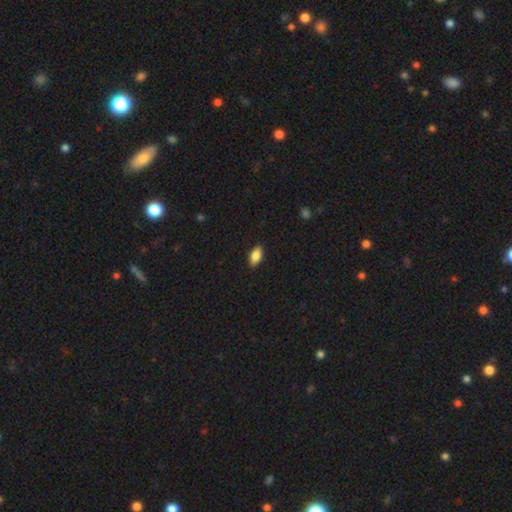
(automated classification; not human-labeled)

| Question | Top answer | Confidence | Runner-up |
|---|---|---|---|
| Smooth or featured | smooth | 84% | featured or disk (8%) |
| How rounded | in between | 89% | cigar-shaped (7%) |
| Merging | none | 88% | minor disturbance (9%) |